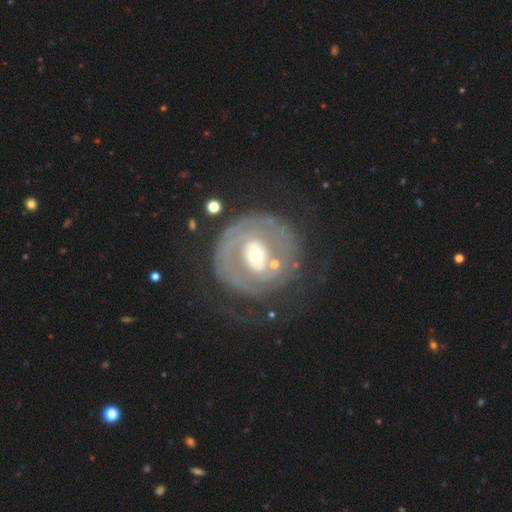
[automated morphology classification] Q: Smooth or featured?
A: featured or disk (75%); runner-up: smooth (18%)
Q: Edge-on disk?
A: no (96%); runner-up: yes (4%)
Q: Bar?
A: no (41%); runner-up: weak (39%)
Q: Spiral arms?
A: yes (56%); runner-up: no (44%)
Q: Bulge size?
A: moderate (49%); runner-up: small (43%)
Q: Merging?
A: none (62%); runner-up: minor disturbance (17%)